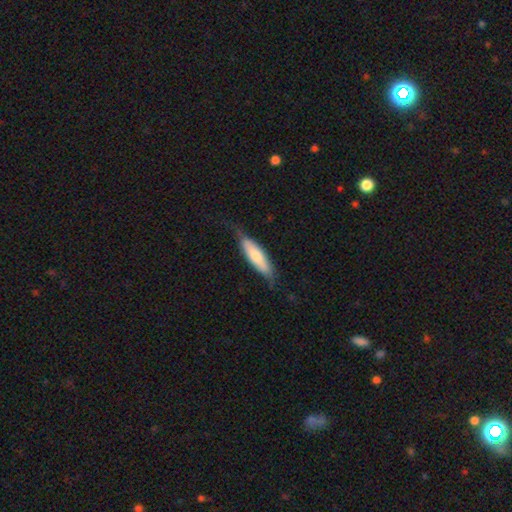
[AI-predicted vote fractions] Overall: smooth (61%; featured or disk 33%). How rounded: cigar-shaped (64%; in between 35%). Merging: none (69%).